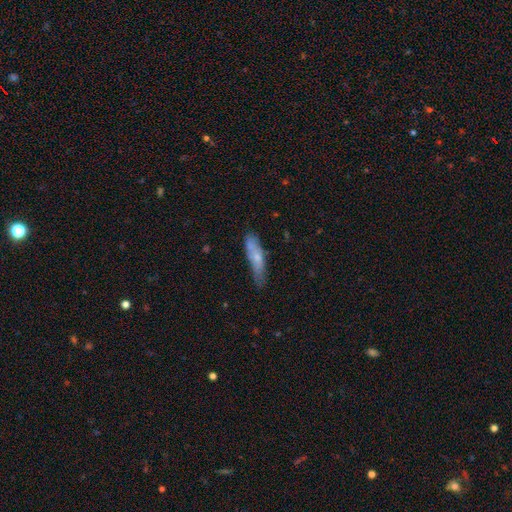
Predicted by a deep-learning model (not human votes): This appears to be a smooth galaxy with no disk features (63%) that is cigar-shaped (75%). Merging: none (56%).